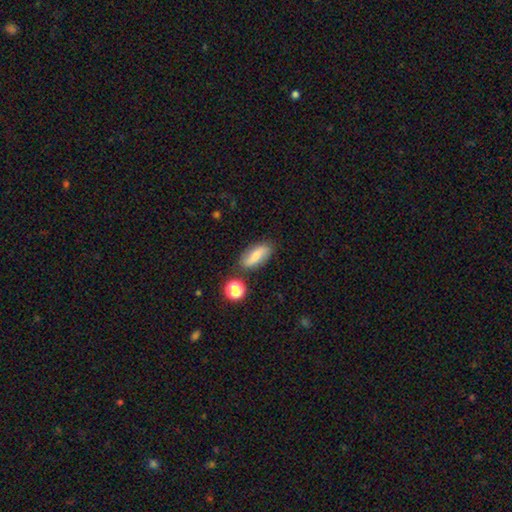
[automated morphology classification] Smooth or featured? smooth (56%)
How rounded? in between (73%)
Merging? none (80%)